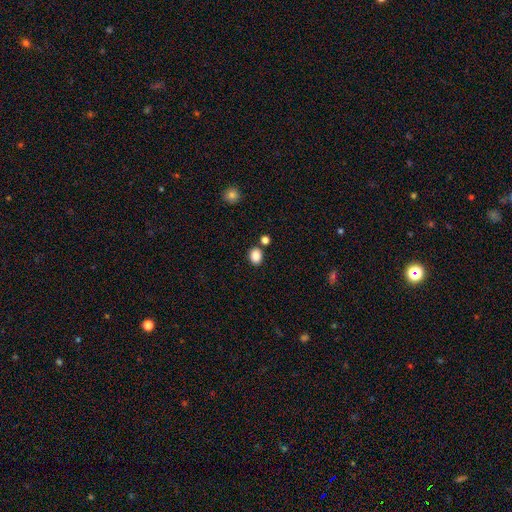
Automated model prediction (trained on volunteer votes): Smooth or featured? Predicted: smooth (p=0.86). How rounded? Predicted: in between (p=0.54). Merging? Predicted: none (p=0.78).